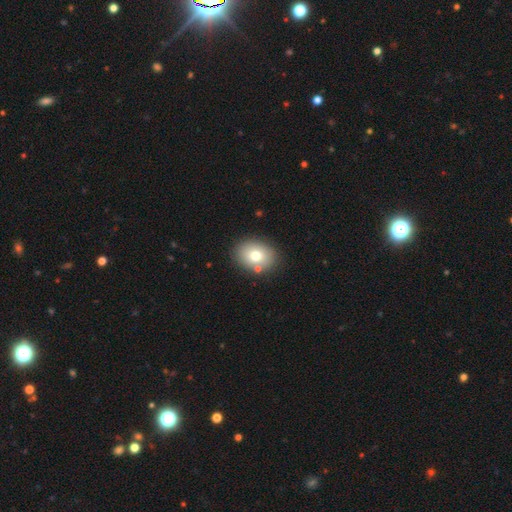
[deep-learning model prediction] A smooth galaxy with no disk features (74%) that is in between round and cigar-shaped (63%).

Vote fractions:
- Smooth or featured? smooth: 74% / featured or disk: 16% / star or artifact: 10%
- How rounded? in between: 63% / round: 36% / cigar-shaped: 1%
- Merging? none: 83% / minor disturbance: 9% / merger: 5% / major disturbance: 3%